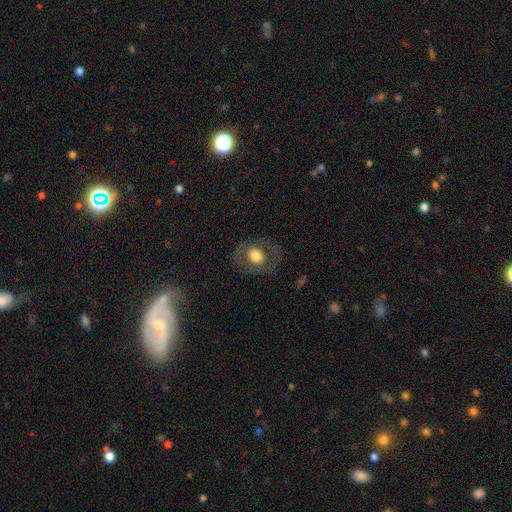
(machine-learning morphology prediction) A smooth galaxy with no disk features (58%) that is round (54%).

Vote fractions:
- Smooth or featured? smooth: 58% / featured or disk: 33% / star or artifact: 8%
- How rounded? round: 54% / in between: 45% / cigar-shaped: 1%
- Merging? none: 76% / minor disturbance: 14% / major disturbance: 9% / merger: 1%